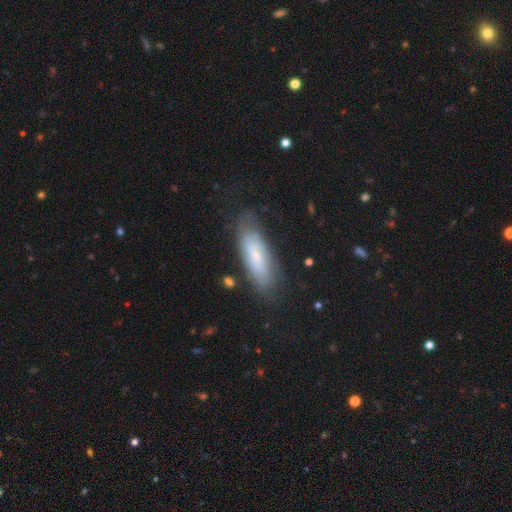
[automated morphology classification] Smooth or featured? smooth (53%)
How rounded? in between (58%)
Merging? none (69%)